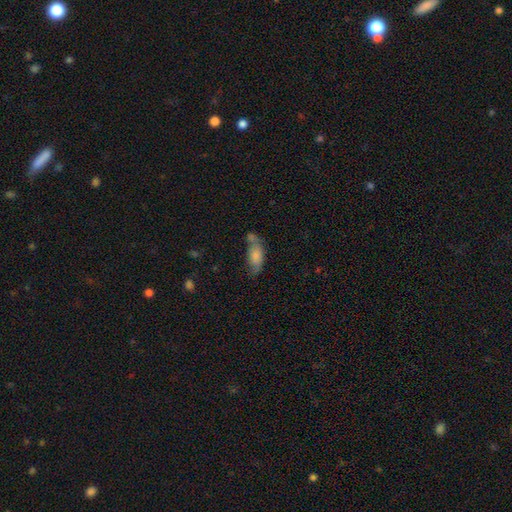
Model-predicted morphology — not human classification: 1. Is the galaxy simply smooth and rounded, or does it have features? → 72% smooth, 20% featured or disk, 8% star or artifact.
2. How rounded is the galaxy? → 82% in between, 15% cigar-shaped, 3% round.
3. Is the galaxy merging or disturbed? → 40% none, 25% minor disturbance, 24% merger, 11% major disturbance.